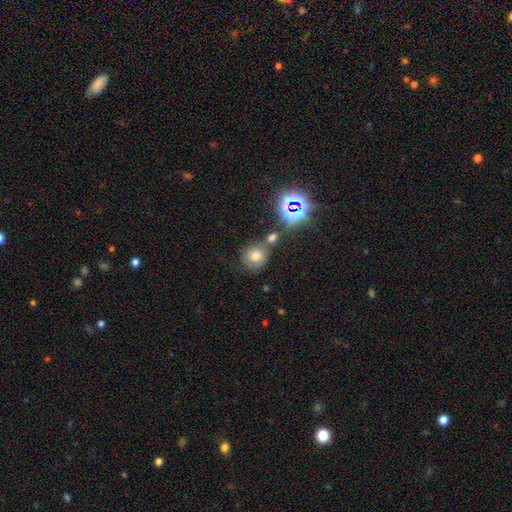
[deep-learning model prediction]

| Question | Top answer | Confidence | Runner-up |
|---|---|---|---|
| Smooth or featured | smooth | 61% | star or artifact (21%) |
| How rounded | round | 84% | in between (15%) |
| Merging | none | 58% | merger (19%) |